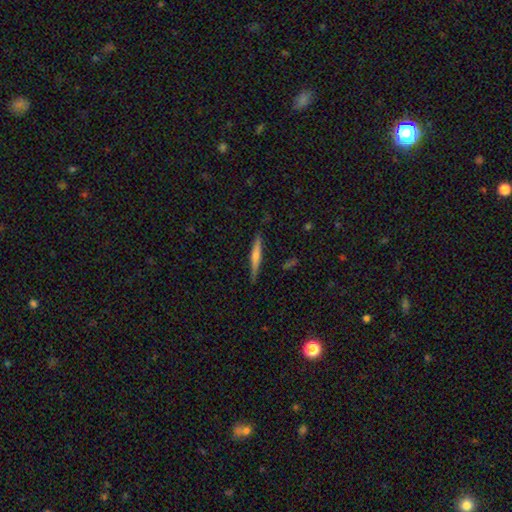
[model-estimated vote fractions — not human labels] A featured or disk galaxy (60%) viewed edge-on (97%) with a rounded central bulge (72%). Merging: none (88%).